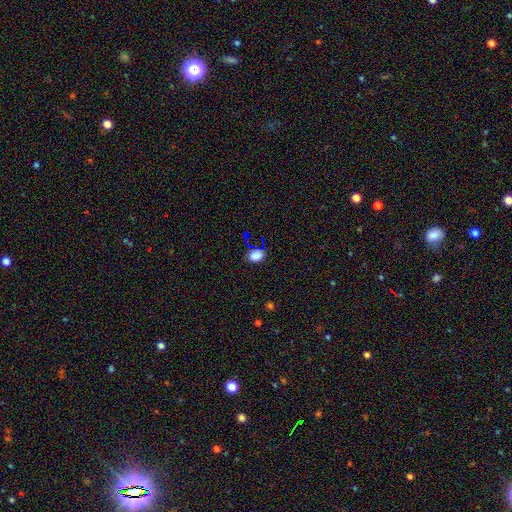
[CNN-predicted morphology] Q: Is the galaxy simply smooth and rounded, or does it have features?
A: smooth — 74%.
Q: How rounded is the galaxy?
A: in between — 65%.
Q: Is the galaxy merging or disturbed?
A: none — 80%.